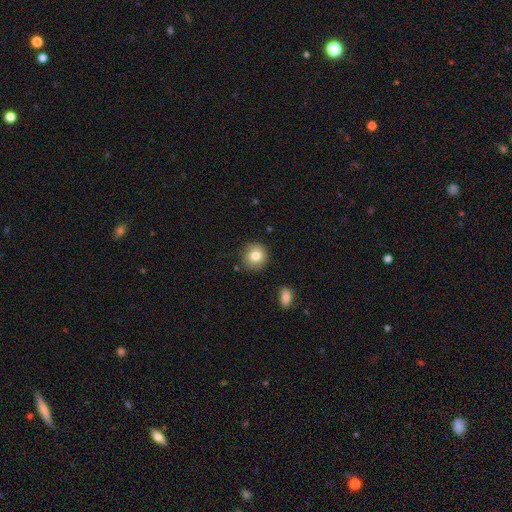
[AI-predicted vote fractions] Overall: smooth (80%). How rounded: round (88%). Merging: none (84%).